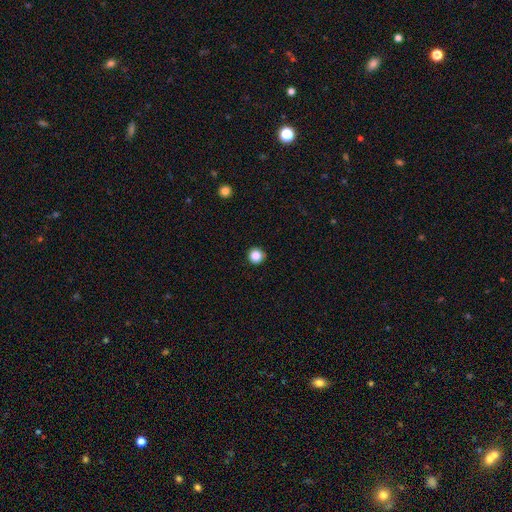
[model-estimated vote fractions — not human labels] This appears to be a smooth galaxy with no disk features (86%) that is round (96%). Merging: none (93%).